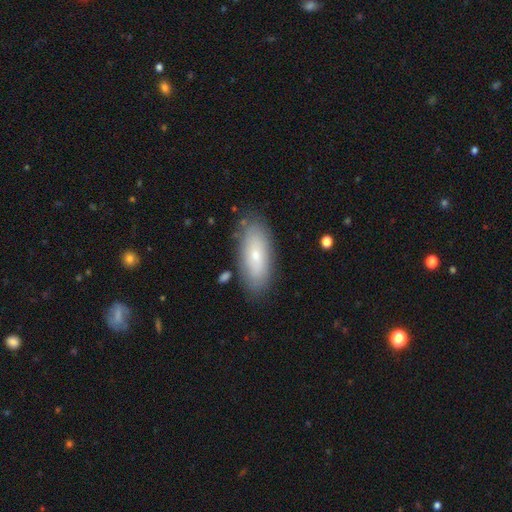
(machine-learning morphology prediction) Overall: smooth (65%; featured or disk 28%). How rounded: in between (82%). Merging: none (81%).